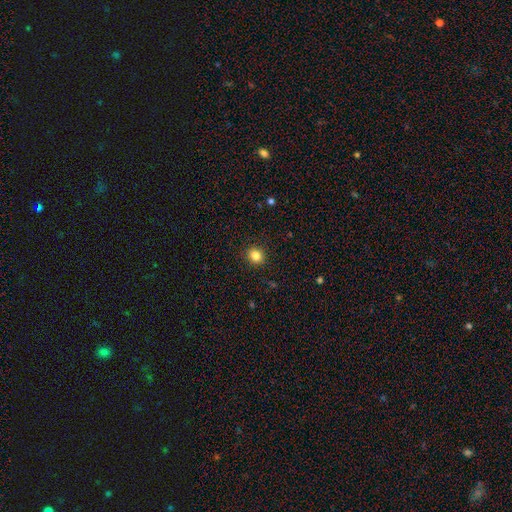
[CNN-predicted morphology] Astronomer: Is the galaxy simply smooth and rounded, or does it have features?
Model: smooth — 84%.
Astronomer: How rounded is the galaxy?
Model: round — 71%.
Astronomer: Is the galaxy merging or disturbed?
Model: none — 90%.